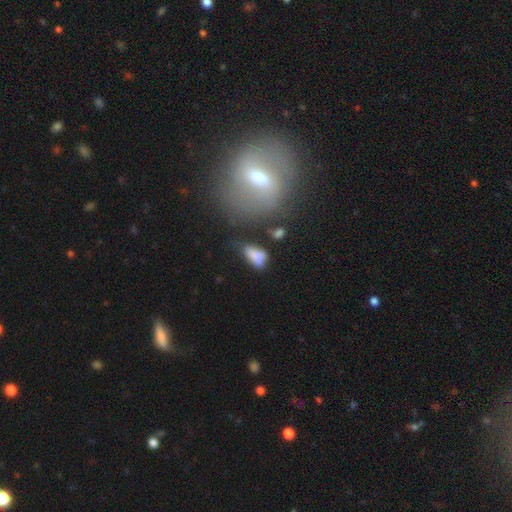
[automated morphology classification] Smooth or featured?
  - smooth: 74% *
  - featured or disk: 15%
  - star or artifact: 11%
How rounded?
  - in between: 86% *
  - cigar-shaped: 9%
  - round: 6%
Merging?
  - none: 35% *
  - minor disturbance: 32%
  - major disturbance: 19%
  - merger: 14%